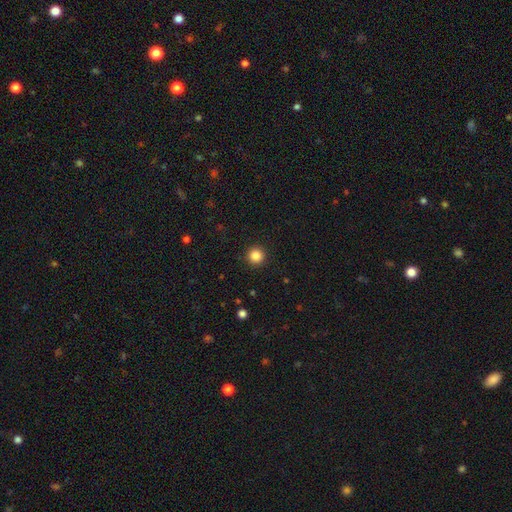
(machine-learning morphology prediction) Overall: smooth (86%). How rounded: round (96%). Merging: none (93%).